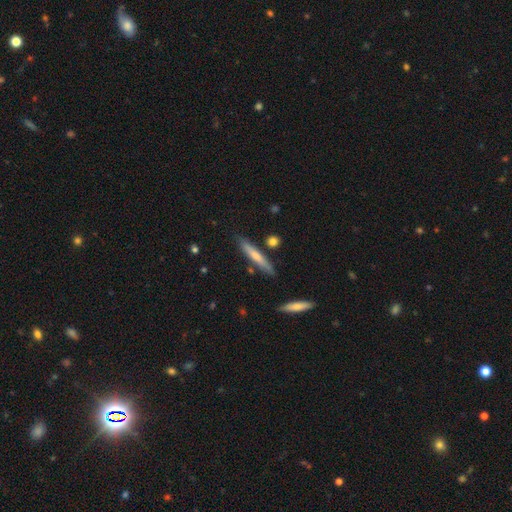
Overall: featured or disk (51%; smooth 46%). Edge-on disk: yes (90%). Edge-on bulge: none (61%; rounded 22%). Merging: none (89%).